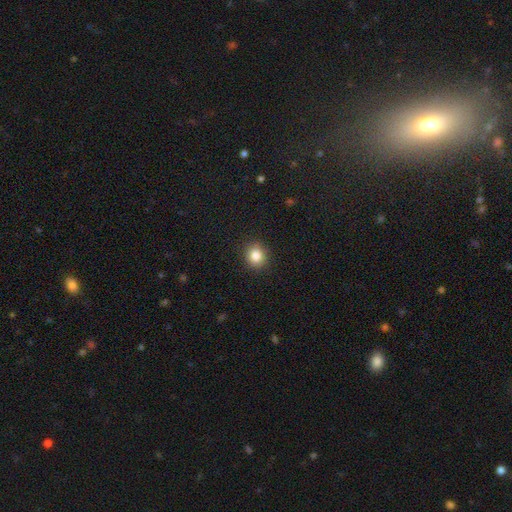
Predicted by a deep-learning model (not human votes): A smooth galaxy with no disk features (84%) that is round (77%). Merging: none (90%).